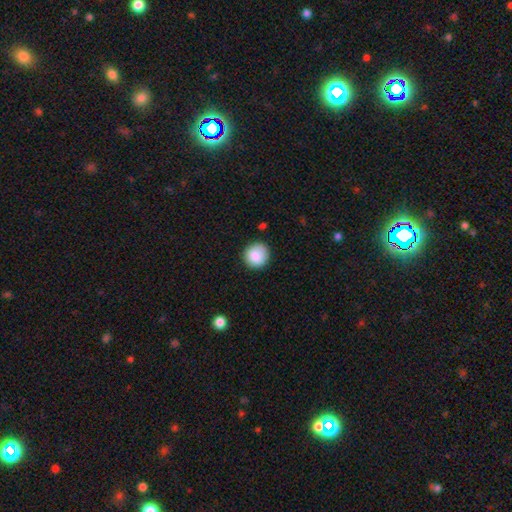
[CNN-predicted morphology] Smooth or featured?
  - smooth: 86% *
  - star or artifact: 8%
  - featured or disk: 6%
How rounded?
  - round: 91% *
  - in between: 8%
  - cigar-shaped: 1%
Merging?
  - none: 84% *
  - minor disturbance: 11%
  - major disturbance: 3%
  - merger: 2%